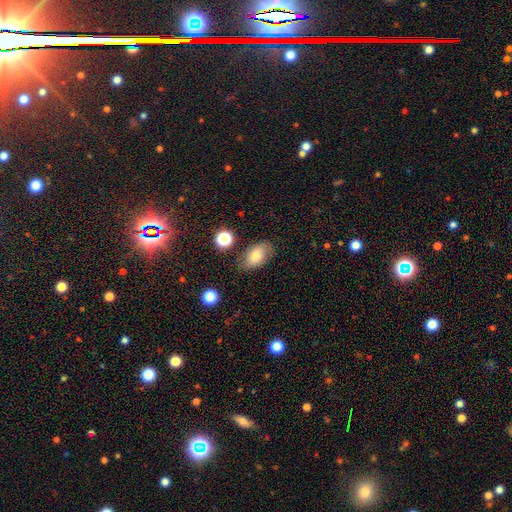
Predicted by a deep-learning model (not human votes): Overall: smooth (73%). How rounded: in between (89%). Merging: none (74%).